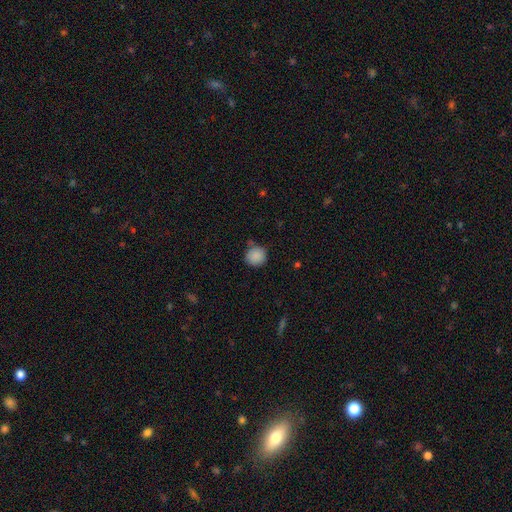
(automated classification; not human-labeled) This appears to be a smooth galaxy with no disk features (88%) that is round (90%). Merging: none (75%).